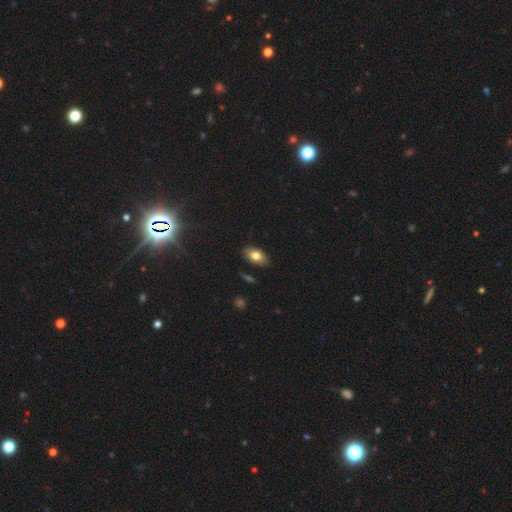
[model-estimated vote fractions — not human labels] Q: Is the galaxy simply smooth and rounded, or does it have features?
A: smooth — 77%.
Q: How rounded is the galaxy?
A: in between — 92%.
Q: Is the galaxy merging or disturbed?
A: none — 85%.